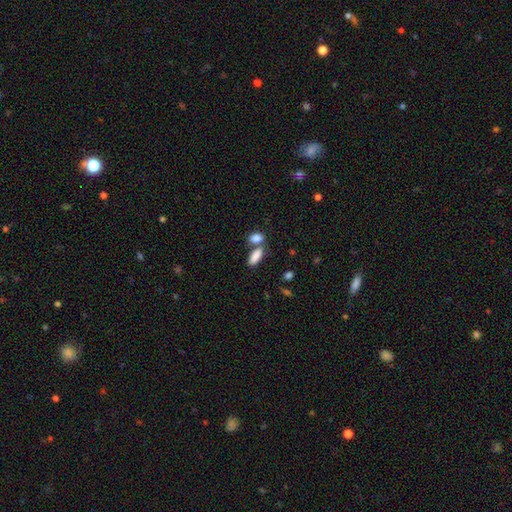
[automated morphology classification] type=smooth (86%); roundness=in between (79%); merging=none (49%).